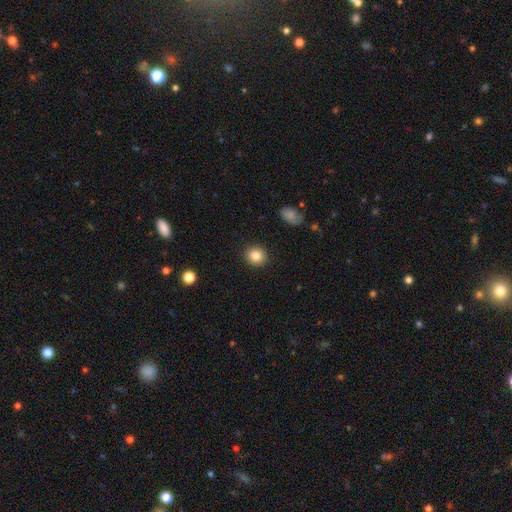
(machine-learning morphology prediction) The model was most divided on "how rounded": round: 83%, in between: 16%, cigar-shaped: 1%. More confident: merging — none (91%); smooth or featured — smooth (85%).